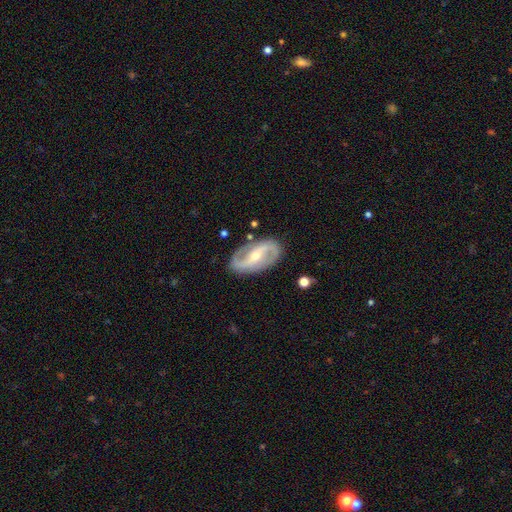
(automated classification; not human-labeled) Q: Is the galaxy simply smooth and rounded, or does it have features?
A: featured or disk — 87%.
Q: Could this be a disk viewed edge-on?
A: no — 95%.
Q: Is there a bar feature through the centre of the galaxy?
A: strong — 50%.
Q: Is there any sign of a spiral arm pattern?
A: yes — 93%.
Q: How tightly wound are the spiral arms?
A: medium — 43%.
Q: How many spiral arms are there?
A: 2 — 92%.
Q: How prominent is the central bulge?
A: small — 52%.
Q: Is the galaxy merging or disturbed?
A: none — 85%.